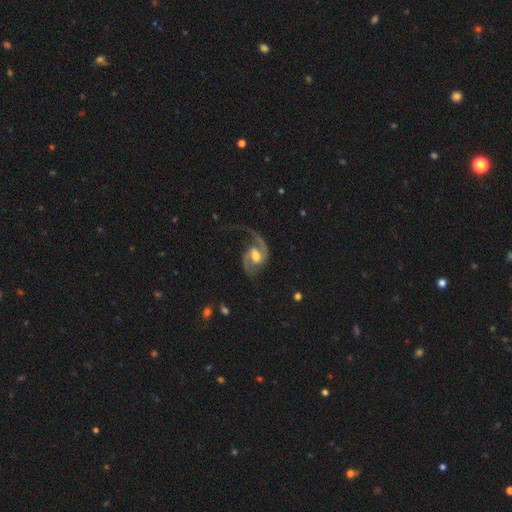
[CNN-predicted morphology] Smooth or featured: featured or disk — 90% (smooth — 5%)
Edge-on disk: no — 98% (yes — 2%)
Bar: weak — 52% (no — 30%)
Spiral arms: yes — 97% (no — 3%)
Spiral winding: medium — 48% (loose — 37%)
Spiral arm count: 2 — 86% (1 — 9%)
Bulge size: moderate — 67% (small — 18%)
Merging: none — 54% (major disturbance — 25%)